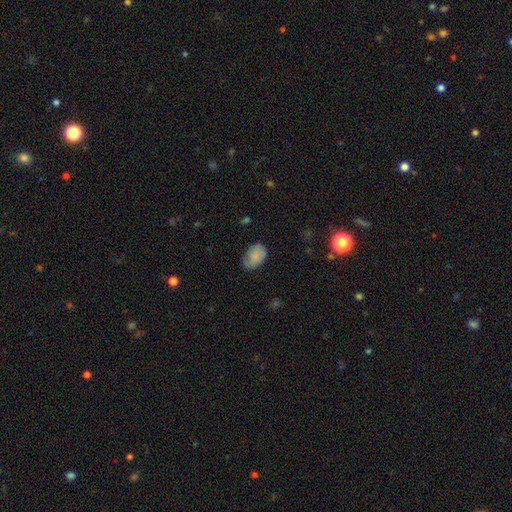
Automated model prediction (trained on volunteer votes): Smooth or featured? smooth (76%)
How rounded? in between (84%)
Merging? none (58%)